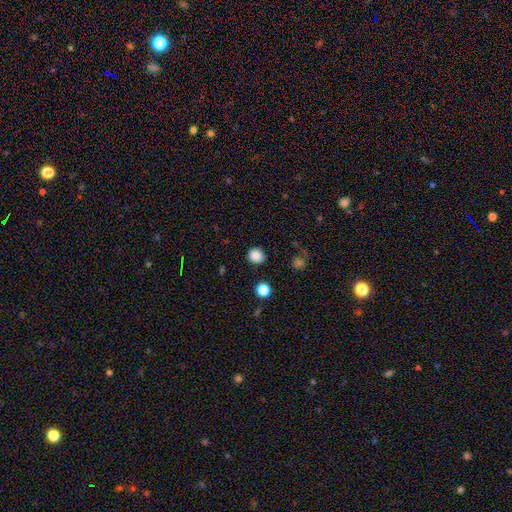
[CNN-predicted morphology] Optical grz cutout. It shows a smooth galaxy with no disk features (85%) that is round (86%). Merging: none (88%).